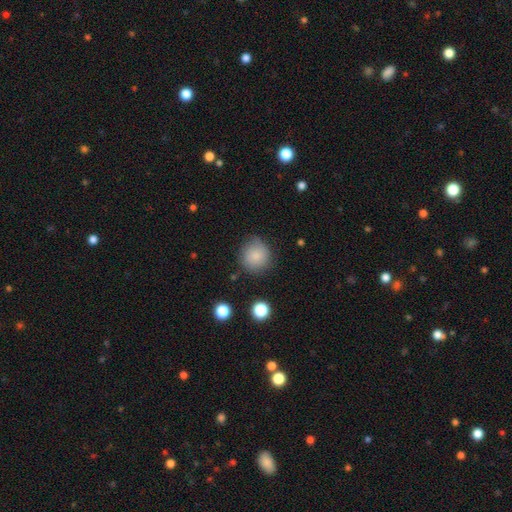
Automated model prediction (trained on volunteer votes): Morphology: type=smooth (82%); roundness=round (89%); merging=none (75%).